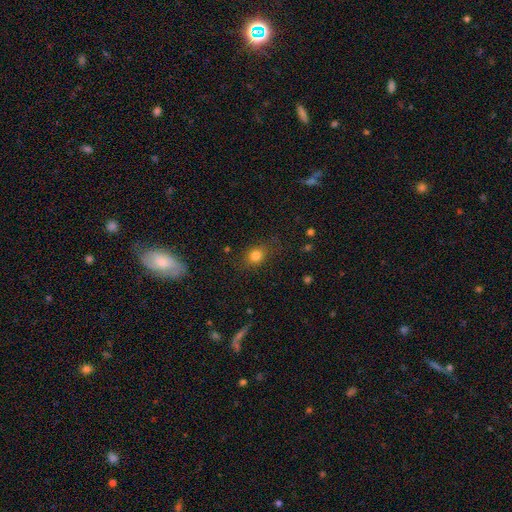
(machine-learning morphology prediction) Smooth or featured?
  - smooth: 80% *
  - star or artifact: 13%
  - featured or disk: 8%
How rounded?
  - round: 62% *
  - in between: 36%
  - cigar-shaped: 2%
Merging?
  - none: 80% *
  - minor disturbance: 14%
  - major disturbance: 5%
  - merger: 1%